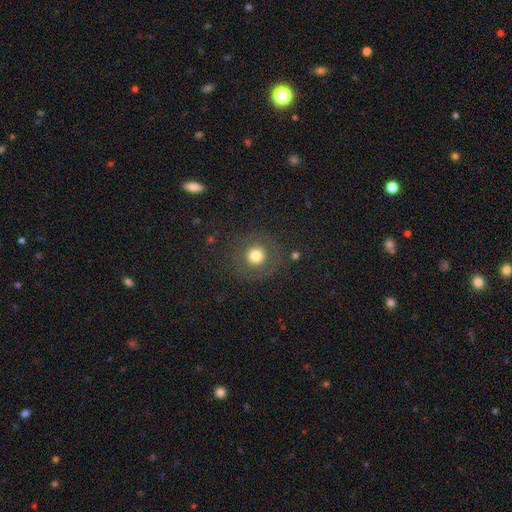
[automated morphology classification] A smooth galaxy with no disk features (72%) that is round (93%). Merging: none (82%).